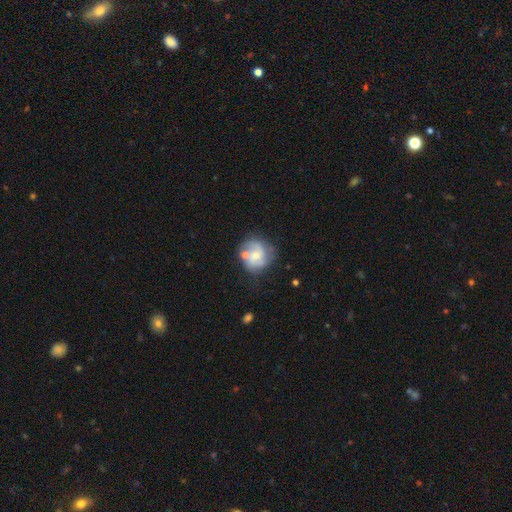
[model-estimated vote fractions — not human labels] featured or disk 60%, smooth 33%, star or artifact 7%. Down the decision tree: edge-on disk — no (98%); bar — no (63%); spiral arms — yes (78%); bulge size — small (47%); merging — none (54%).